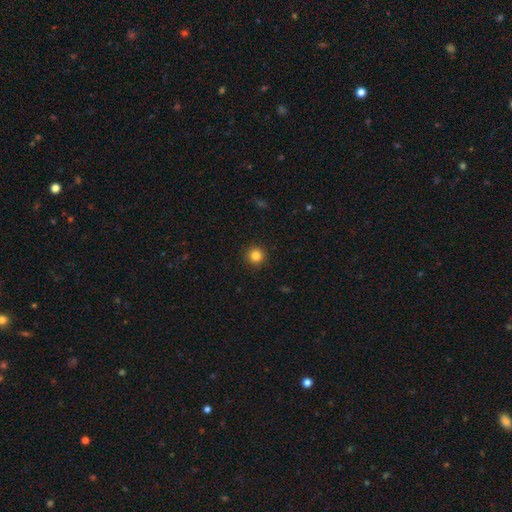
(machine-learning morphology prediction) Smooth or featured?
  - smooth: 83% *
  - star or artifact: 12%
  - featured or disk: 5%
How rounded?
  - round: 95% *
  - in between: 4%
  - cigar-shaped: 1%
Merging?
  - none: 92% *
  - minor disturbance: 5%
  - major disturbance: 2%
  - merger: 1%